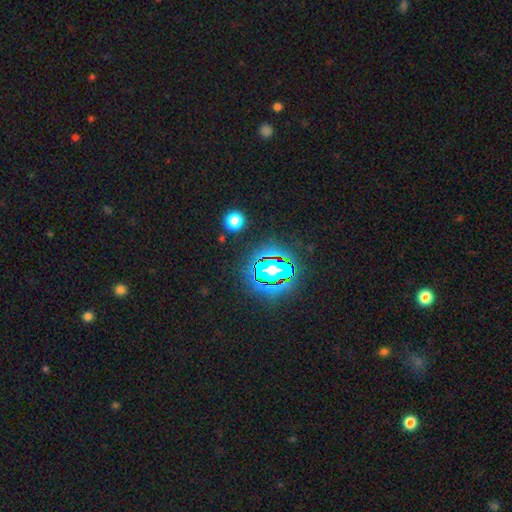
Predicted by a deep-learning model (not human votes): star or artifact 79%, smooth 13%, featured or disk 8%.